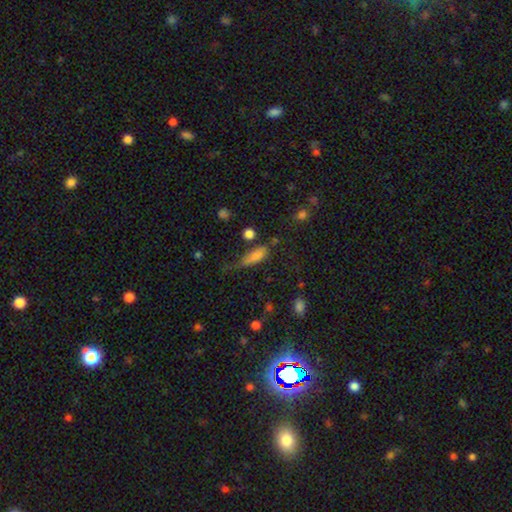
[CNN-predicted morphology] Smooth or featured: smooth — 78% (featured or disk — 12%)
How rounded: in between — 65% (cigar-shaped — 31%)
Merging: none — 39% (minor disturbance — 34%)